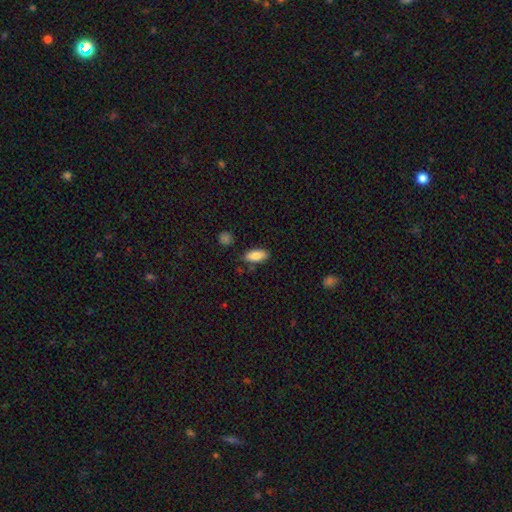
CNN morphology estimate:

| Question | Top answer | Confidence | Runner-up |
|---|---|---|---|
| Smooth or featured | smooth | 86% | featured or disk (7%) |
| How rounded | in between | 86% | cigar-shaped (12%) |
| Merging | none | 80% | minor disturbance (14%) |